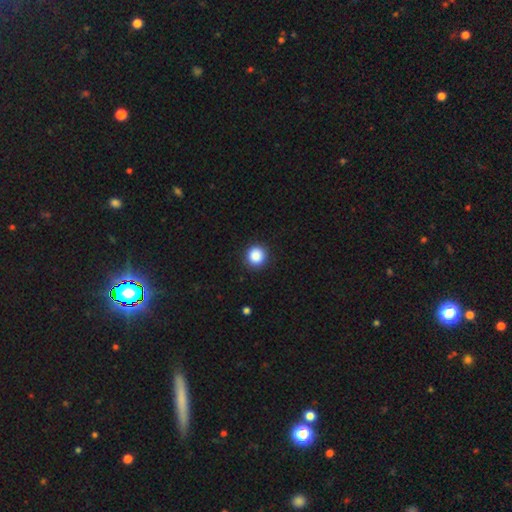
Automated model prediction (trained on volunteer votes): smooth-or-featured: smooth: 88% | star or artifact: 9% | featured or disk: 3%
  how-rounded: round: 94% | in between: 5% | cigar-shaped: 1%
  merging: none: 92% | minor disturbance: 5% | major disturbance: 2% | merger: 1%